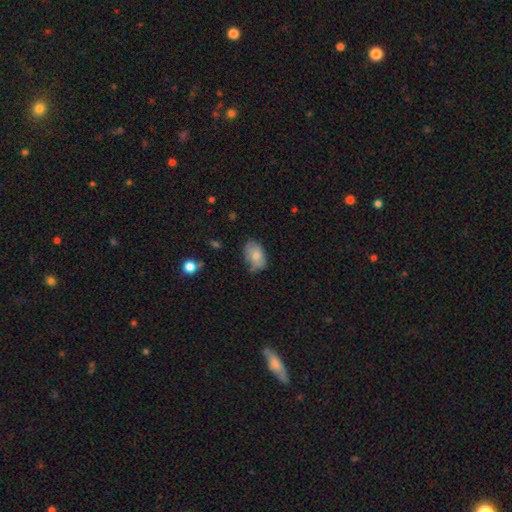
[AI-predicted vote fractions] Smooth or featured? smooth (74%)
How rounded? in between (89%)
Merging? none (66%)